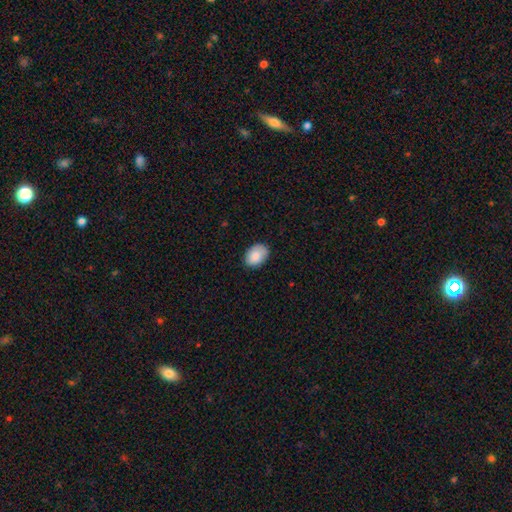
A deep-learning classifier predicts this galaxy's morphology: Smooth or featured?
  - smooth: 87% *
  - star or artifact: 7%
  - featured or disk: 6%
How rounded?
  - in between: 82% *
  - round: 17%
  - cigar-shaped: 1%
Merging?
  - none: 79% *
  - minor disturbance: 17%
  - major disturbance: 3%
  - merger: 1%